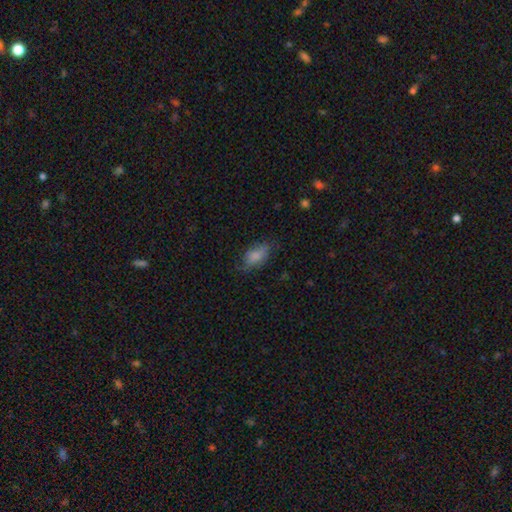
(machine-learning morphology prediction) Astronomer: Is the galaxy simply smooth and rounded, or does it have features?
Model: smooth — 80%.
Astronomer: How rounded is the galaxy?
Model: in between — 89%.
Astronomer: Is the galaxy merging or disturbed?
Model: none — 63%.